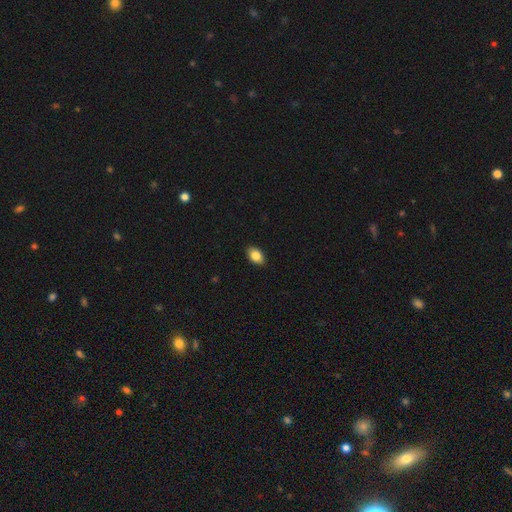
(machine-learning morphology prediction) smooth 85%, star or artifact 8%, featured or disk 7%. Down the decision tree: how rounded — in between (89%); merging — none (89%).